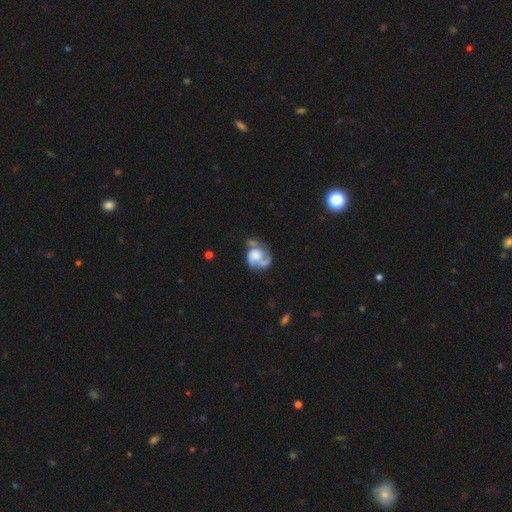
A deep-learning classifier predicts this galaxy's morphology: Q: Smooth or featured?
A: featured or disk (77%); runner-up: smooth (17%)
Q: Edge-on disk?
A: no (98%); runner-up: yes (2%)
Q: Bar?
A: no (73%); runner-up: weak (22%)
Q: Spiral arms?
A: yes (91%); runner-up: no (9%)
Q: Spiral winding?
A: medium (45%); runner-up: tight (33%)
Q: Spiral arm count?
A: 2 (63%); runner-up: 1 (16%)
Q: Bulge size?
A: large (31%); runner-up: none (26%)
Q: Merging?
A: none (47%); runner-up: minor disturbance (23%)